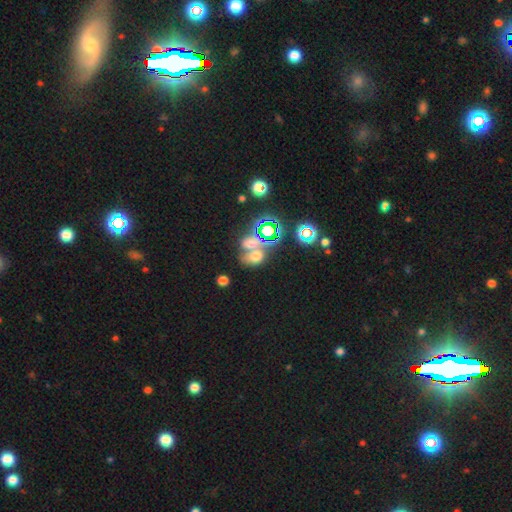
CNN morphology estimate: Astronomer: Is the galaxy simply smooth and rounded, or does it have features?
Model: smooth — 55% (runner-up: star or artifact, 33%).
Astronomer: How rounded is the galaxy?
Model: in between — 61% (runner-up: round, 37%).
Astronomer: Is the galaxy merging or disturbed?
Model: merger — 49% (runner-up: none, 35%).